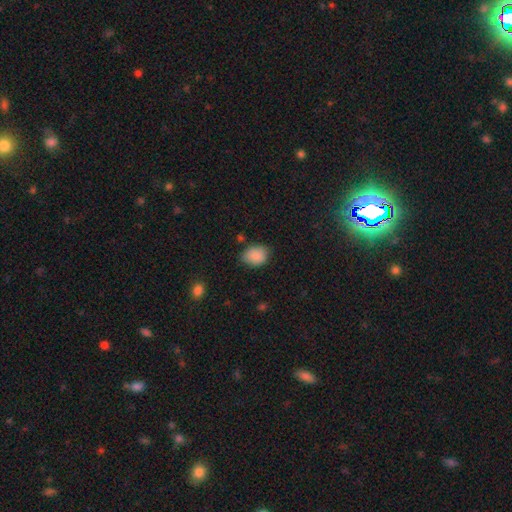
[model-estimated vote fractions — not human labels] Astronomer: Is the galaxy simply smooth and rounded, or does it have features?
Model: smooth — 87%.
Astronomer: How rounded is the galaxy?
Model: in between — 63%.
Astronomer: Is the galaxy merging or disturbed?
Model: none — 71%.